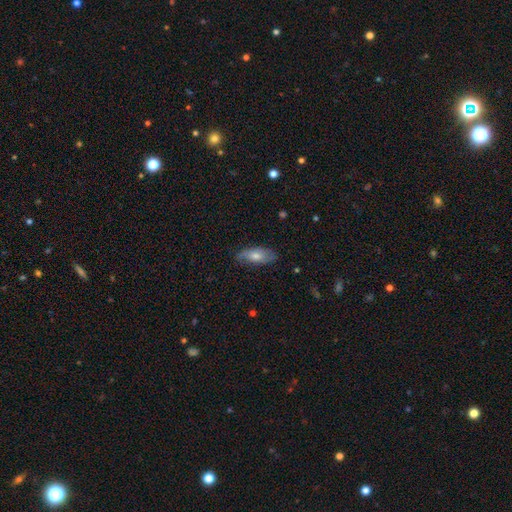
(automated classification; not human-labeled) This is possibly a smooth galaxy (54%). How rounded: likely in between (74%). Merging: likely none (79%).